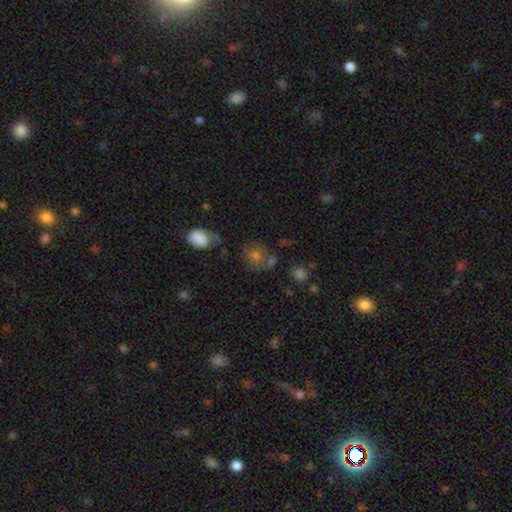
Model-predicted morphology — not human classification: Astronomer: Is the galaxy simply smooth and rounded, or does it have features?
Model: smooth — 66%.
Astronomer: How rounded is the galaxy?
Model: round — 78%.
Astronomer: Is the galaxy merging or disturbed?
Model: none — 56%.